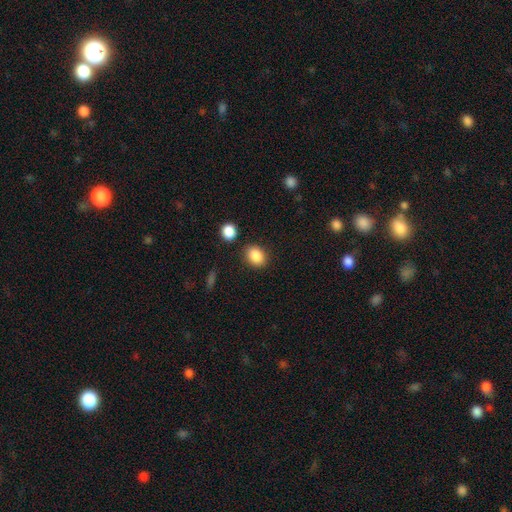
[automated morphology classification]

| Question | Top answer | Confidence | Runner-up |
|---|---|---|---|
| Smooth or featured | smooth | 87% | star or artifact (9%) |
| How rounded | in between | 62% | round (37%) |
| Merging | none | 82% | minor disturbance (10%) |